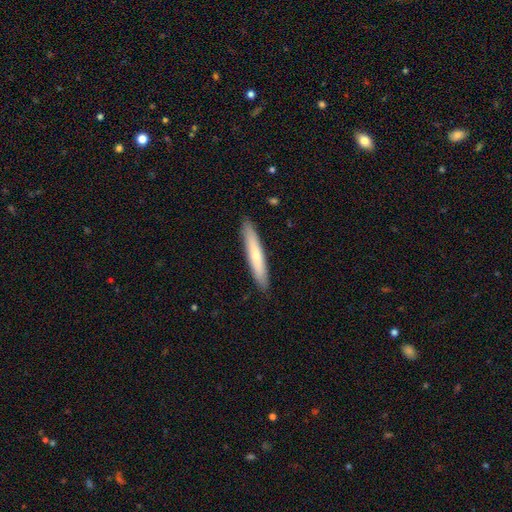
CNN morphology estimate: Smooth or featured: smooth — 67% (featured or disk — 28%)
How rounded: cigar-shaped — 93% (in between — 6%)
Merging: none — 91% (minor disturbance — 7%)